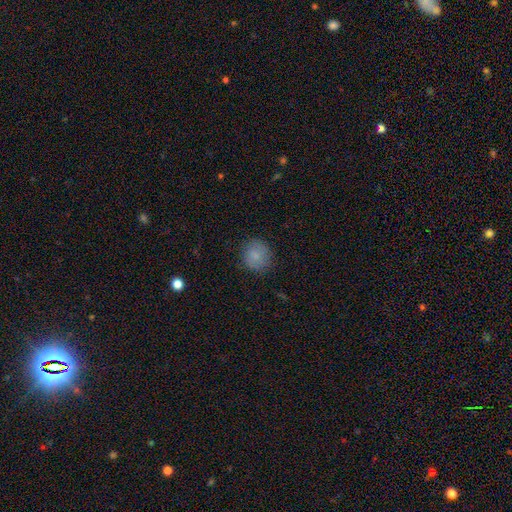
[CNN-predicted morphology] Q: Smooth or featured?
A: smooth (84%); runner-up: star or artifact (8%)
Q: How rounded?
A: round (84%); runner-up: in between (15%)
Q: Merging?
A: none (82%); runner-up: minor disturbance (13%)